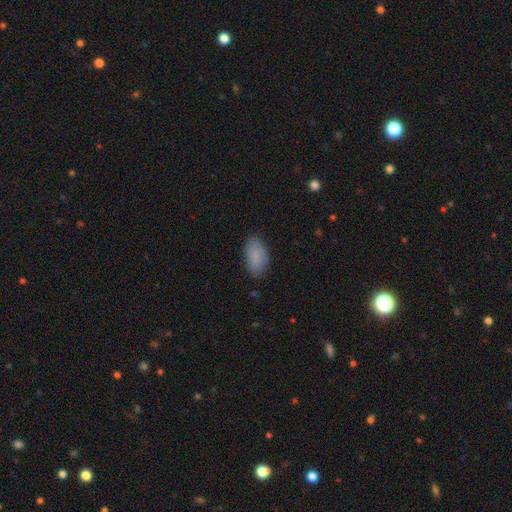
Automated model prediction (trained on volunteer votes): Morphology: type=smooth (87%); roundness=in between (94%); merging=none (83%).